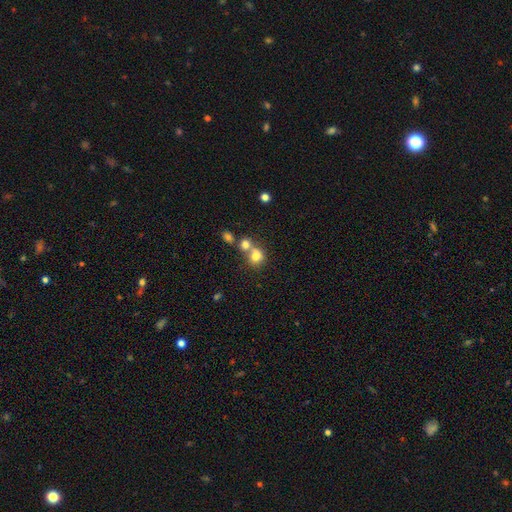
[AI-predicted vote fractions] smooth 74%, featured or disk 13%, star or artifact 13%. Down the decision tree: how rounded — round (69%); merging — merger (55%).